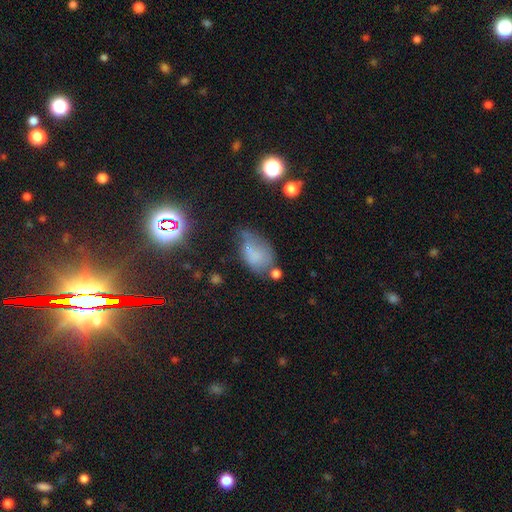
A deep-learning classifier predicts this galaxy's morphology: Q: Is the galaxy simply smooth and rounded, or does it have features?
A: smooth — 65%.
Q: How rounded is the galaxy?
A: in between — 83%.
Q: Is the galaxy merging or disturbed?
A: minor disturbance — 31%.